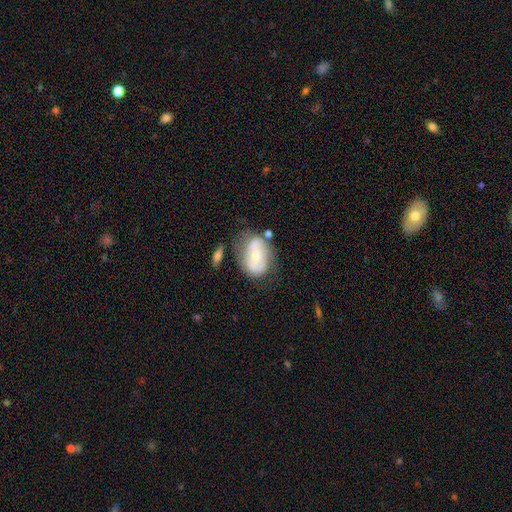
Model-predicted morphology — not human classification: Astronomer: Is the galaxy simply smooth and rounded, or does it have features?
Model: featured or disk — 61%.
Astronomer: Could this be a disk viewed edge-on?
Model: no — 95%.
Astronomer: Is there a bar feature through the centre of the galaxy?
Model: no — 44% (runner-up: weak, 35%).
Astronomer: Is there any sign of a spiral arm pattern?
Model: yes — 66%.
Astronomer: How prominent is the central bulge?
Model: moderate — 47% (runner-up: small, 46%).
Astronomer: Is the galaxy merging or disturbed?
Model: none — 51% (runner-up: minor disturbance, 26%).